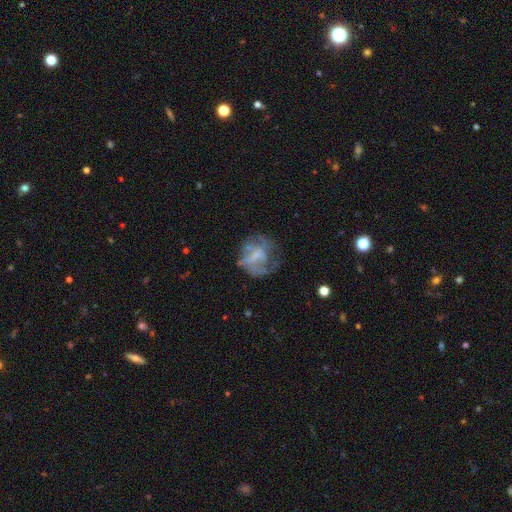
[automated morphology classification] Q: Smooth or featured?
A: featured or disk (55%); runner-up: smooth (32%)
Q: Edge-on disk?
A: no (98%); runner-up: yes (2%)
Q: Bar?
A: no (65%); runner-up: weak (26%)
Q: Spiral arms?
A: no (63%); runner-up: yes (37%)
Q: Bulge size?
A: none (59%); runner-up: moderate (17%)
Q: Merging?
A: none (42%); runner-up: major disturbance (34%)